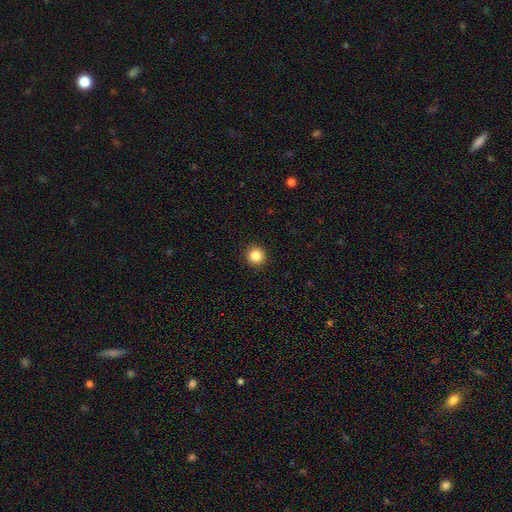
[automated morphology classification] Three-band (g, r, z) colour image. It shows a smooth galaxy with no disk features (86%) that is round (95%). Merging: none (93%).